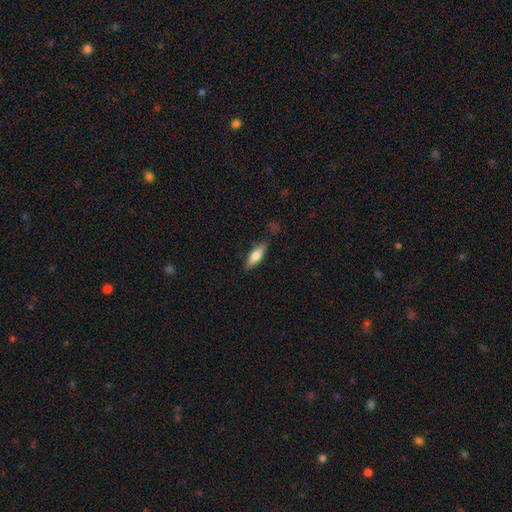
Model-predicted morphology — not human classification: smooth_or_featured: smooth (p=0.65) [alt: featured or disk p=0.28]
how_rounded: in between (p=0.53) [alt: cigar-shaped p=0.45]
merging: none (p=0.79) [alt: minor disturbance p=0.15]